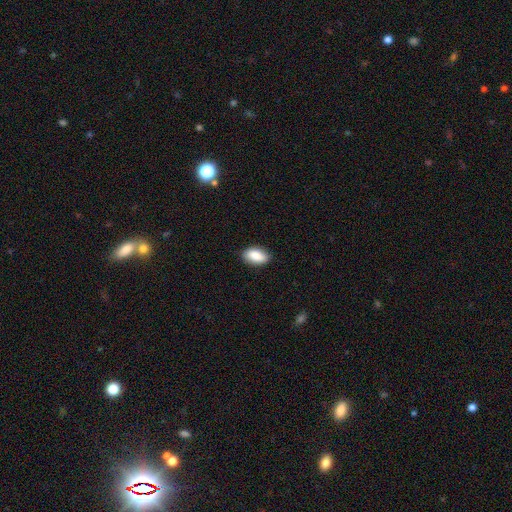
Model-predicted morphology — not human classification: Smooth or featured?
  - smooth: 87% *
  - star or artifact: 7%
  - featured or disk: 6%
How rounded?
  - in between: 92% *
  - round: 5%
  - cigar-shaped: 3%
Merging?
  - none: 87% *
  - minor disturbance: 10%
  - major disturbance: 2%
  - merger: 1%